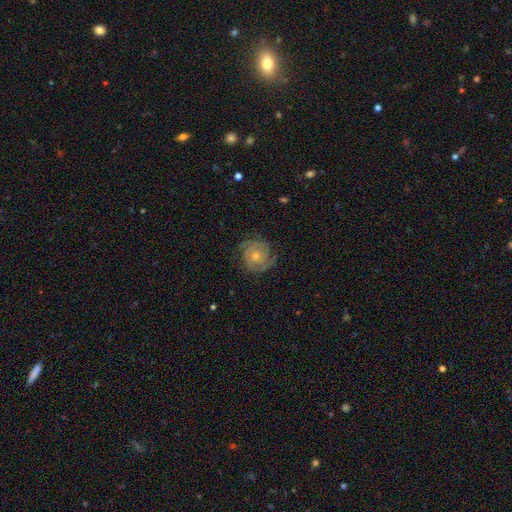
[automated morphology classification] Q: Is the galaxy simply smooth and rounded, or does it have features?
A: featured or disk — 78%.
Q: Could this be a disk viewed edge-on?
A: no — 98%.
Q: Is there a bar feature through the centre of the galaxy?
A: no — 78%.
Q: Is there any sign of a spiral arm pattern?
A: yes — 94%.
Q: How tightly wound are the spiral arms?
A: tight — 72%.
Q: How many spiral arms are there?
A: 2 — 40%.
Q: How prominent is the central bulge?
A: moderate — 52%.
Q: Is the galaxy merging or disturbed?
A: none — 81%.